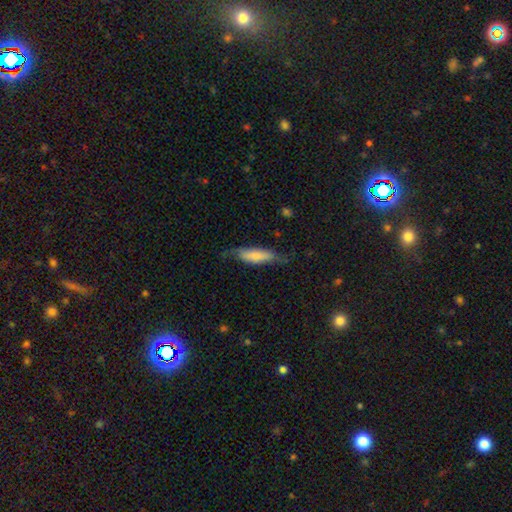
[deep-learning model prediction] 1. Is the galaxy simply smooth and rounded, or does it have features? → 68% smooth, 26% featured or disk, 6% star or artifact.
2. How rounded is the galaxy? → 54% cigar-shaped, 44% in between, 2% round.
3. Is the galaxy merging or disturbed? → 60% none, 27% minor disturbance, 11% major disturbance, 2% merger.